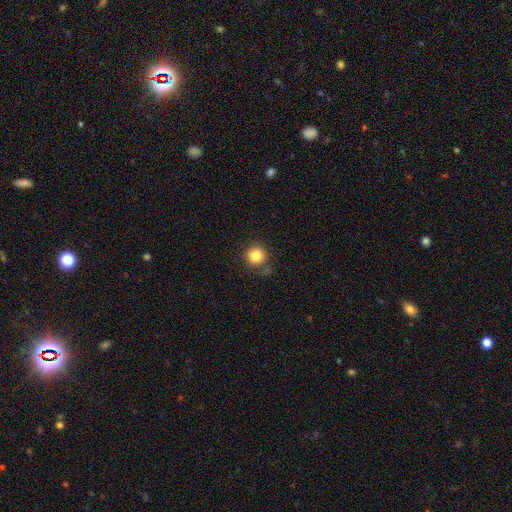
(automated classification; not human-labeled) The model was most divided on "merging": none: 75%, minor disturbance: 14%, merger: 6%, major disturbance: 5%. More confident: how rounded — round (93%); smooth or featured — smooth (83%).